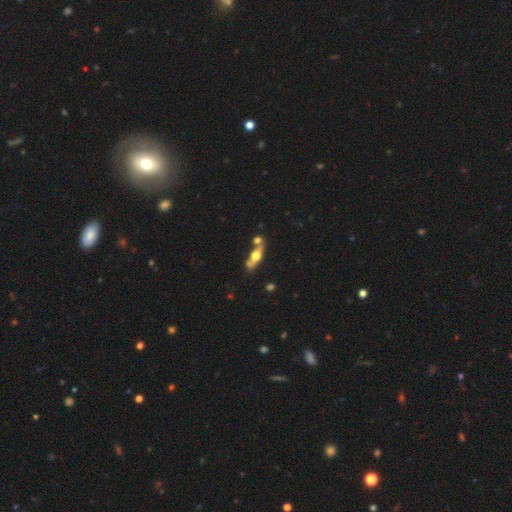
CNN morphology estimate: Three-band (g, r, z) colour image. It shows a featured or disk galaxy (56%) viewed edge-on (78%). Merging: none (59%).